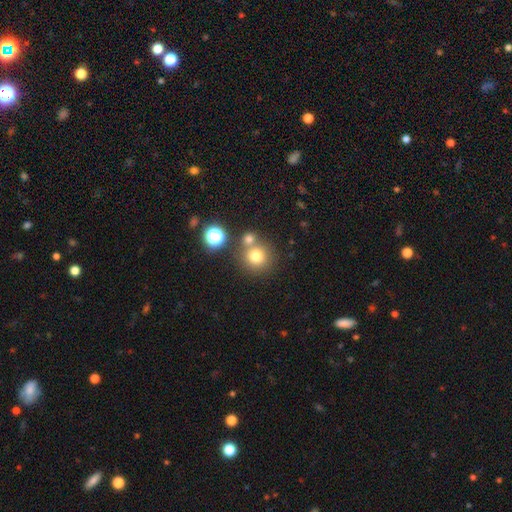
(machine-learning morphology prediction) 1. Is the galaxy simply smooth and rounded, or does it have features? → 74% smooth, 16% star or artifact, 10% featured or disk.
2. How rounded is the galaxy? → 93% round, 6% in between, 1% cigar-shaped.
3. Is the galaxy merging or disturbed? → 65% none, 24% merger, 8% minor disturbance, 3% major disturbance.